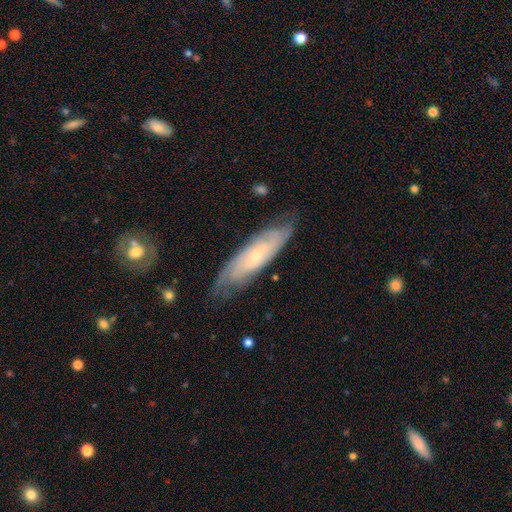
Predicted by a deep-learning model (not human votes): featured or disk 72%, smooth 22%, star or artifact 6%. Down the decision tree: edge-on disk — no (78%); bar — no (74%); spiral arms — yes (90%); spiral arm count — can't tell (51%); spiral winding — tight (65%); bulge size — small (77%); merging — none (73%).